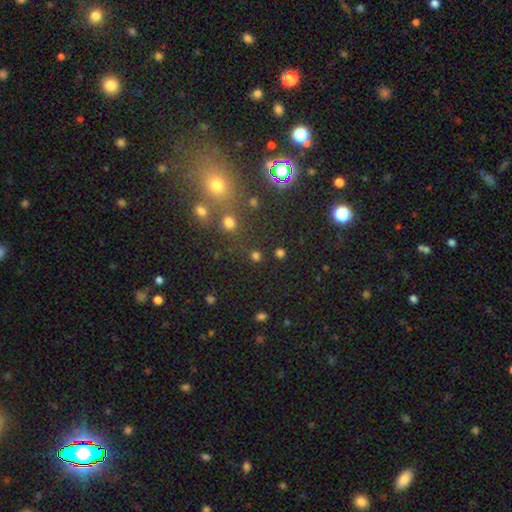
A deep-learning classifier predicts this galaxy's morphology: smooth_or_featured: smooth (p=0.71) [alt: star or artifact p=0.23]
how_rounded: round (p=0.89) [alt: in between p=0.10]
merging: none (p=0.80) [alt: merger p=0.08]